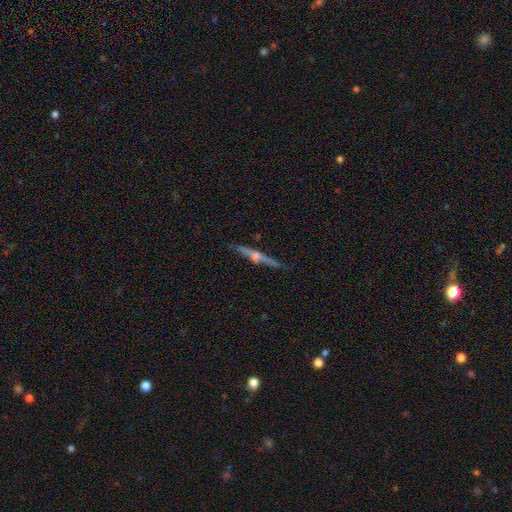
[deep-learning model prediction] Q: Smooth or featured?
A: featured or disk (76%); runner-up: smooth (17%)
Q: Edge-on disk?
A: yes (98%); runner-up: no (2%)
Q: Edge-on bulge?
A: rounded (87%); runner-up: none (8%)
Q: Merging?
A: none (87%); runner-up: minor disturbance (9%)